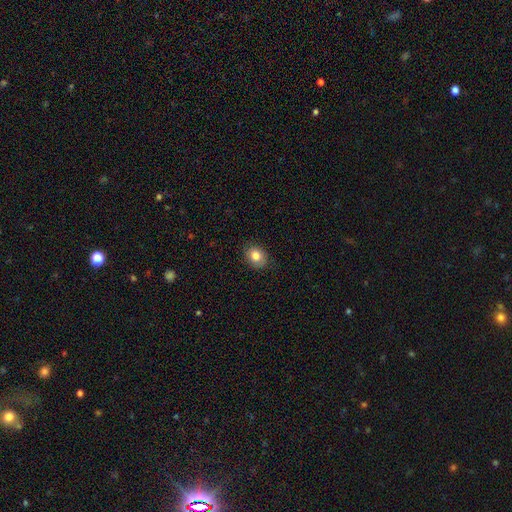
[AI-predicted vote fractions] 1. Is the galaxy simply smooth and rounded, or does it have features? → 82% smooth, 9% star or artifact, 8% featured or disk.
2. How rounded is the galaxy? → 52% in between, 47% round, 1% cigar-shaped.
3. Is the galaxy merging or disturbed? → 86% none, 11% minor disturbance, 2% major disturbance, 1% merger.